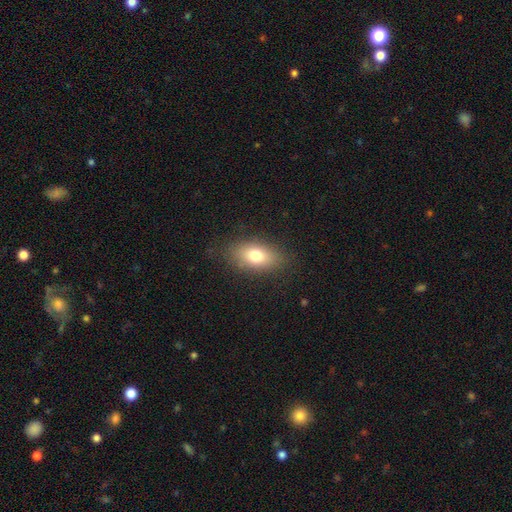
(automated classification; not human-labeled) The model was most divided on "smooth or featured": smooth: 76%, featured or disk: 14%, star or artifact: 10%. More confident: how rounded — in between (86%); merging — none (84%).